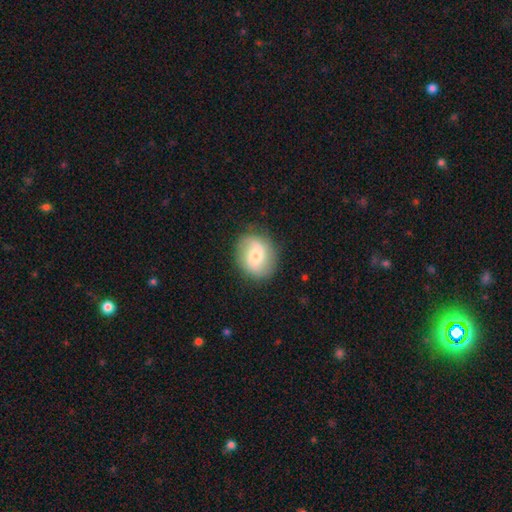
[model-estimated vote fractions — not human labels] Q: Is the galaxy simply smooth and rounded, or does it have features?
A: featured or disk — 57%.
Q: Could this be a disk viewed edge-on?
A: no — 97%.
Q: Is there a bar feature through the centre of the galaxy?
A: no — 45%.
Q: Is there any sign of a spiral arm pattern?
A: yes — 87%.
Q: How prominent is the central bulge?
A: moderate — 49%.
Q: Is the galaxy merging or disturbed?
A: none — 83%.